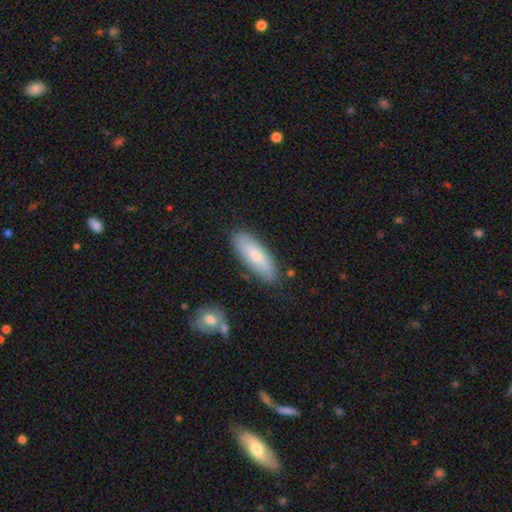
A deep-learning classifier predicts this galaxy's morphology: Q: Smooth or featured?
A: smooth (69%); runner-up: featured or disk (25%)
Q: How rounded?
A: in between (63%); runner-up: cigar-shaped (36%)
Q: Merging?
A: none (81%); runner-up: minor disturbance (14%)